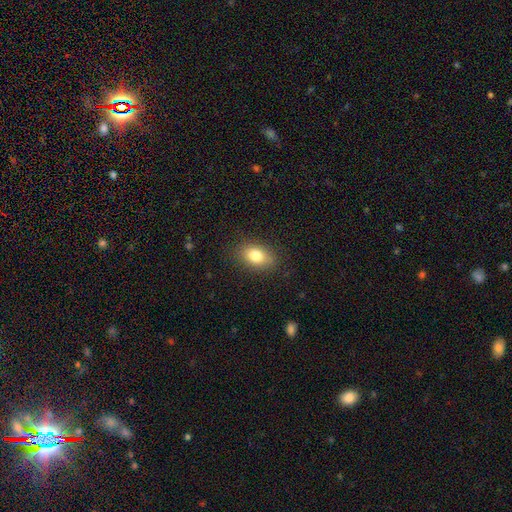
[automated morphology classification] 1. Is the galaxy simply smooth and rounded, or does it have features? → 80% smooth, 11% featured or disk, 9% star or artifact.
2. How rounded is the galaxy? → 83% in between, 15% round, 2% cigar-shaped.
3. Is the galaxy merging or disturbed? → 84% none, 11% minor disturbance, 3% major disturbance, 1% merger.